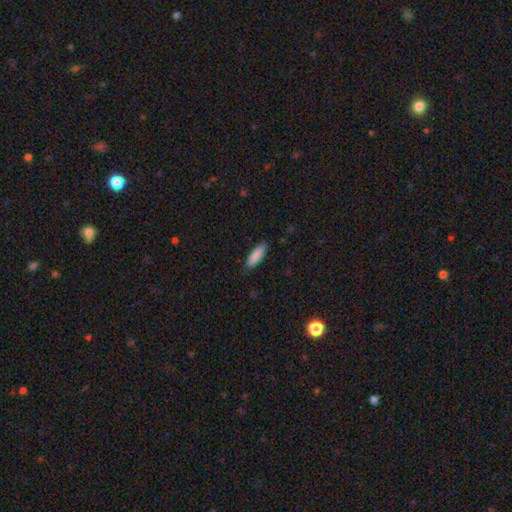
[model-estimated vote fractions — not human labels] Smooth or featured? smooth (88%)
How rounded? in between (53%)
Merging? none (84%)